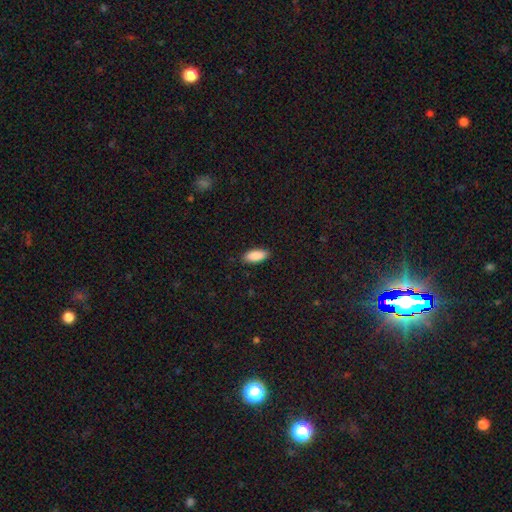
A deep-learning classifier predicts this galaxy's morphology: A smooth galaxy with no disk features (90%) that is in between round and cigar-shaped (85%). Merging: none (87%).